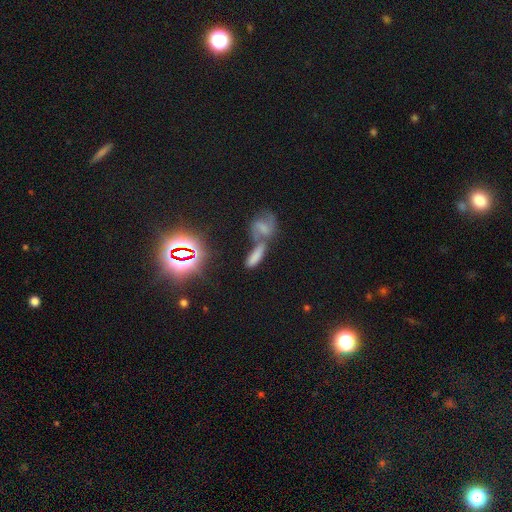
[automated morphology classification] Smooth or featured? smooth (60%)
How rounded? in between (51%)
Merging? merger (54%)